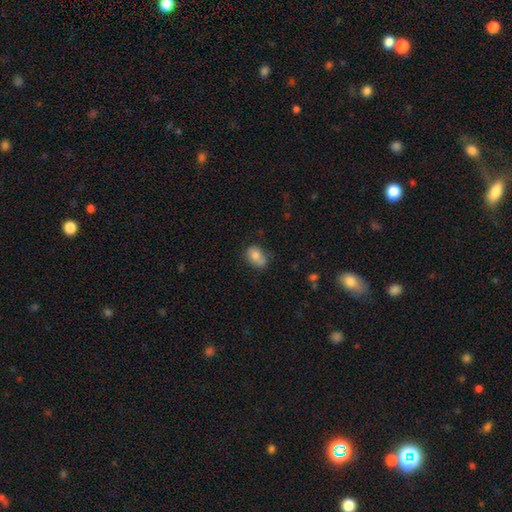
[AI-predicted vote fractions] smooth_or_featured: smooth (p=0.77) [alt: featured or disk p=0.15]
how_rounded: in between (p=0.78) [alt: round p=0.21]
merging: none (p=0.59) [alt: minor disturbance p=0.28]